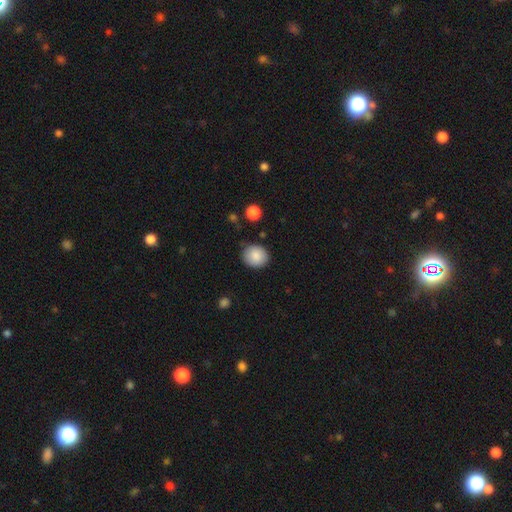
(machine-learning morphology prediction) Smooth or featured? Predicted: smooth (p=0.87). How rounded? Predicted: round (p=0.78). Merging? Predicted: none (p=0.84).